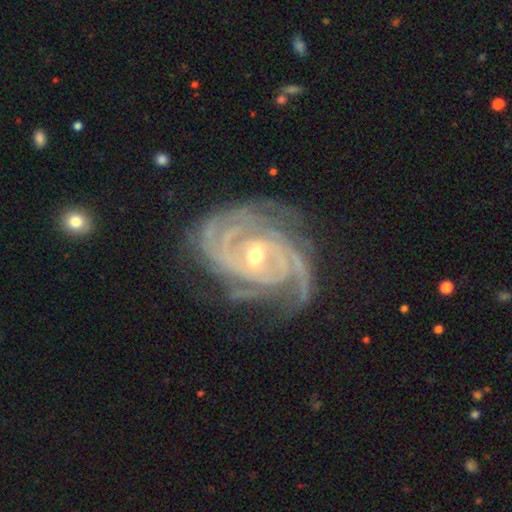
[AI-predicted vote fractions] Smooth or featured: featured or disk — 93% (star or artifact — 4%)
Edge-on disk: no — 97% (yes — 3%)
Bar: no — 42% (weak — 37%)
Spiral arms: yes — 99% (no — 1%)
Spiral winding: tight — 76% (medium — 21%)
Spiral arm count: 3 — 32% (4 — 24%)
Bulge size: moderate — 50% (small — 48%)
Merging: none — 74% (minor disturbance — 18%)